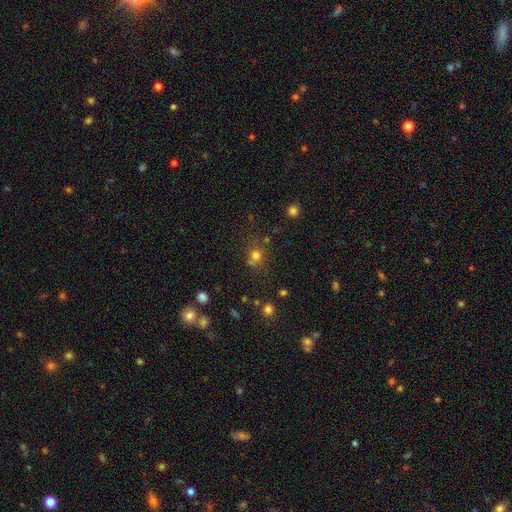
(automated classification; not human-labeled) Q: Smooth or featured?
A: smooth (73%); runner-up: star or artifact (19%)
Q: How rounded?
A: round (84%); runner-up: in between (15%)
Q: Merging?
A: none (62%); runner-up: merger (19%)